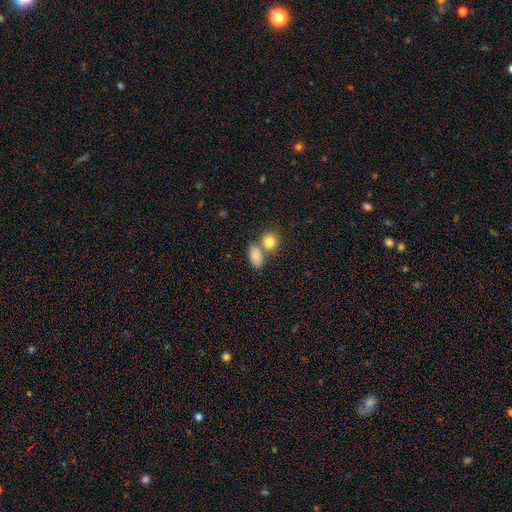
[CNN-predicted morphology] smooth 85%, star or artifact 8%, featured or disk 7%. Down the decision tree: how rounded — in between (84%); merging — none (47%).